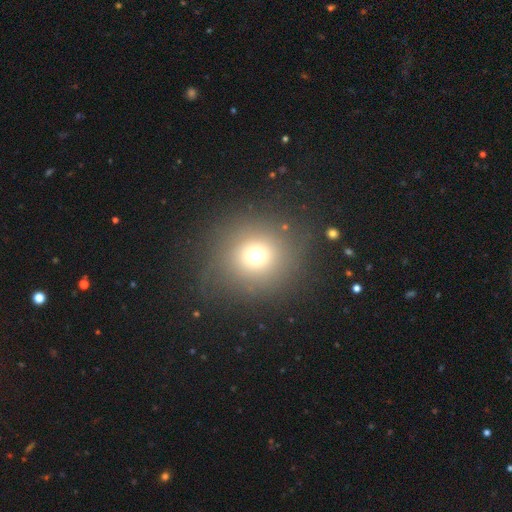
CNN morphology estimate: A smooth galaxy with no disk features (67%) that is round (92%). Merging: none (79%).